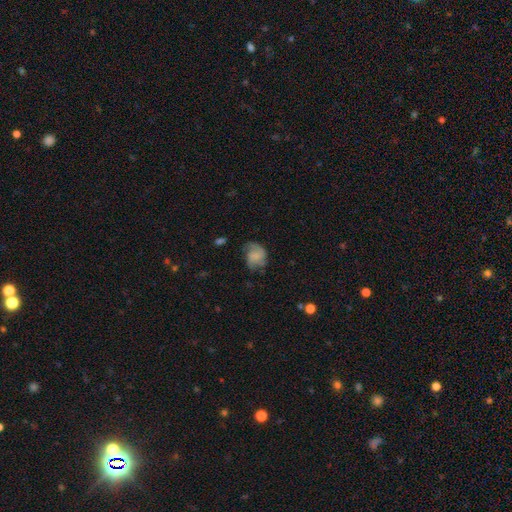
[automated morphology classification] Overall: featured or disk (59%; smooth 33%). Edge-on disk: no (98%). Bar: no (69%). Spiral arms: yes (89%). Spiral arm count: 2 (50%; can't tell 19%). Spiral winding: medium (44%; tight 30%). Bulge size: small (43%; none 36%). Merging: none (54%; minor disturbance 26%).